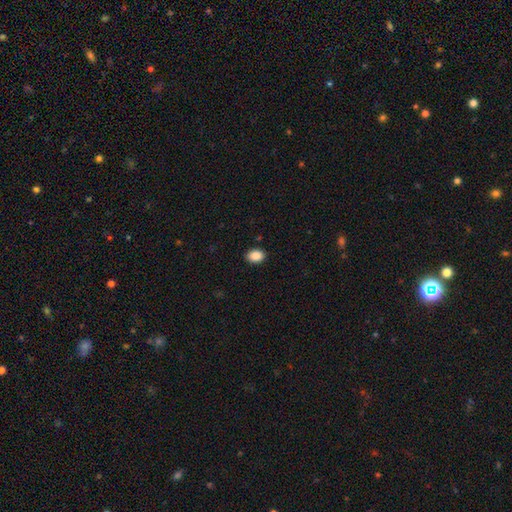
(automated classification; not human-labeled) A smooth galaxy with no disk features (89%) that is in between round and cigar-shaped (76%). Merging: none (89%).